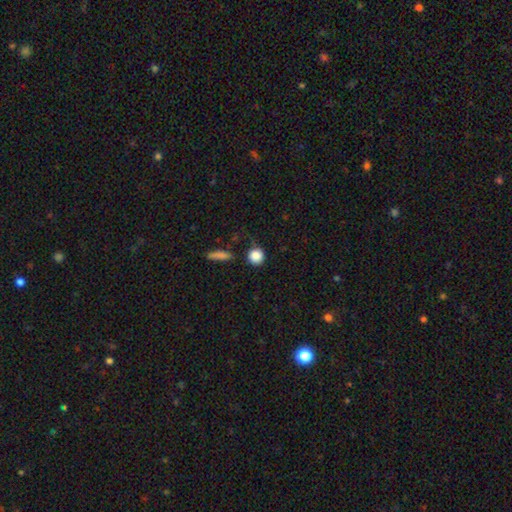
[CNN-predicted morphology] This appears to be a smooth galaxy with no disk features (86%) that is round (92%). Merging: none (76%).